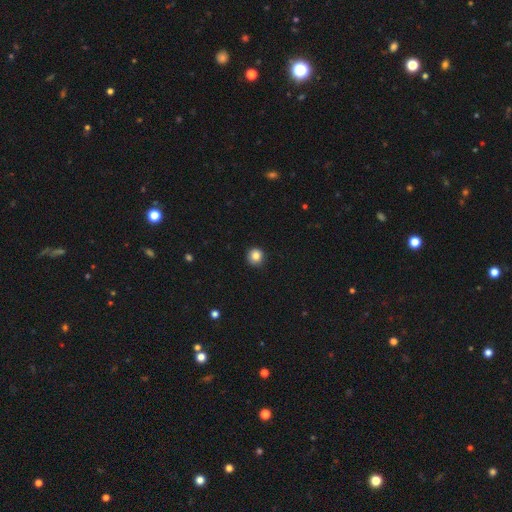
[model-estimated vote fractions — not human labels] Smooth or featured?
  - smooth: 85% *
  - star or artifact: 10%
  - featured or disk: 5%
How rounded?
  - round: 94% *
  - in between: 5%
  - cigar-shaped: 1%
Merging?
  - none: 91% *
  - minor disturbance: 6%
  - major disturbance: 2%
  - merger: 1%